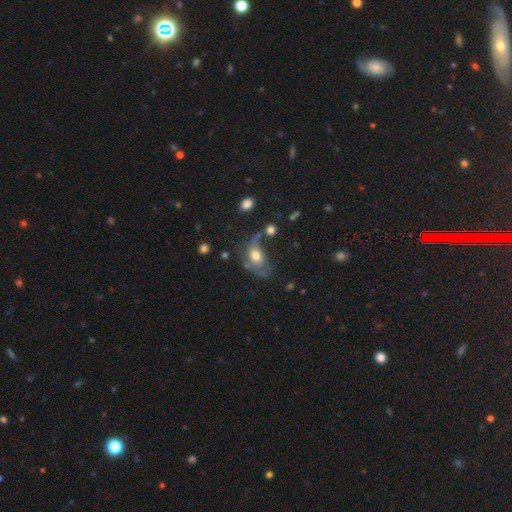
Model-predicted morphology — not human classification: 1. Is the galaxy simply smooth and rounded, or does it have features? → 53% smooth, 36% featured or disk, 11% star or artifact.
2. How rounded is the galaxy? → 78% in between, 19% round, 3% cigar-shaped.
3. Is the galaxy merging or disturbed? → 32% none (tied), 32% major disturbance (tied), 25% minor disturbance, 11% merger.